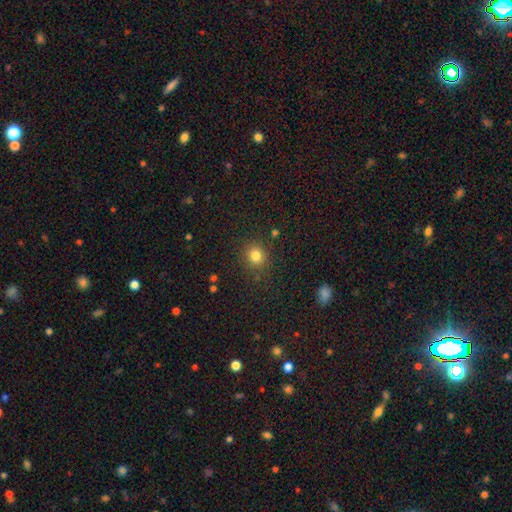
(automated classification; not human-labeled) smooth 81%, star or artifact 13%, featured or disk 6%. Down the decision tree: how rounded — round (80%); merging — none (84%).